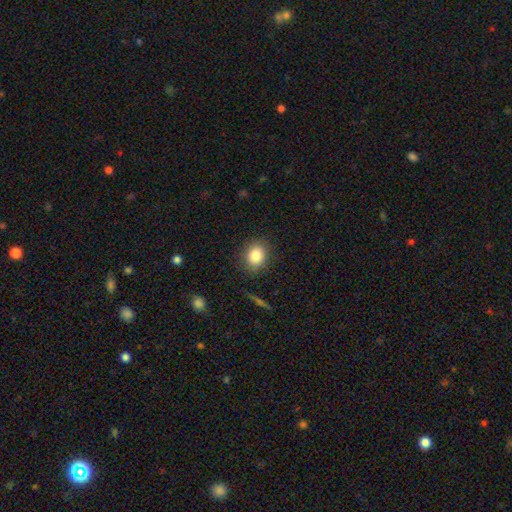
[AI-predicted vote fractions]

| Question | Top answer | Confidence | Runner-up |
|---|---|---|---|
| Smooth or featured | smooth | 83% | star or artifact (9%) |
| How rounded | round | 55% | in between (44%) |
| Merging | none | 85% | minor disturbance (11%) |